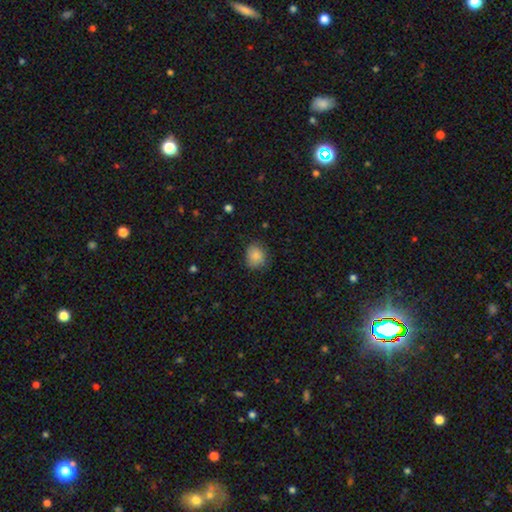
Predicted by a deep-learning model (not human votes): This is clearly a smooth galaxy (86%). How rounded: likely round (75%). Merging: likely none (79%).